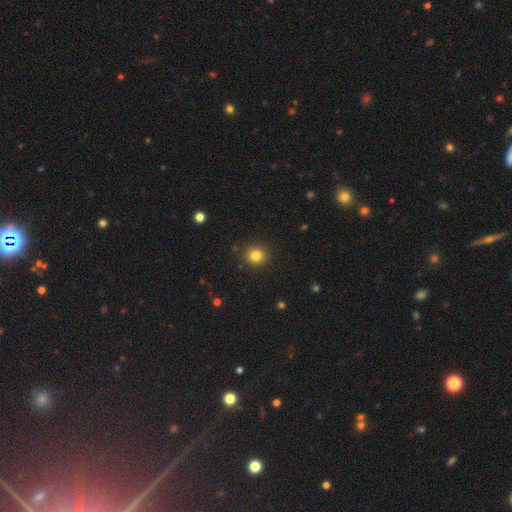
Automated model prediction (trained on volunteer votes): smooth 83%, star or artifact 12%, featured or disk 6%. Down the decision tree: how rounded — round (86%); merging — none (90%).